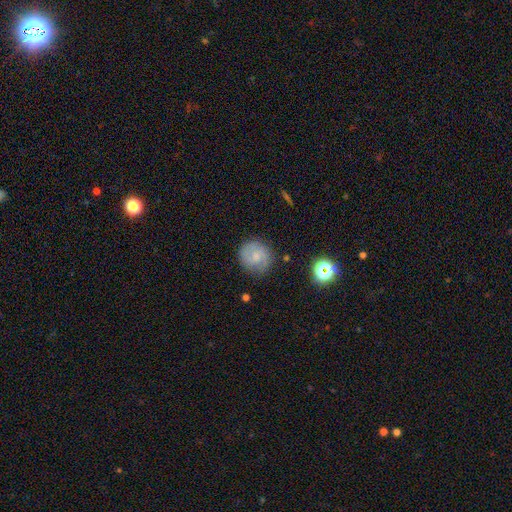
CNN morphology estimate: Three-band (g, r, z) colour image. It shows a featured or disk galaxy (47%). Merging: none (77%).